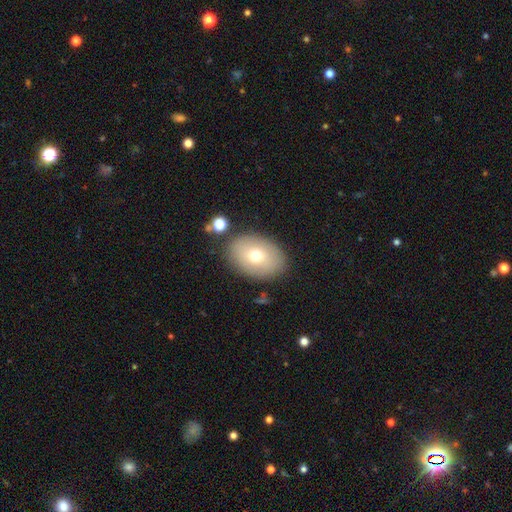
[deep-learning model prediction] smooth_or_featured: smooth (p=0.68) [alt: featured or disk p=0.23]
how_rounded: in between (p=0.82) [alt: round p=0.17]
merging: none (p=0.83) [alt: minor disturbance p=0.10]